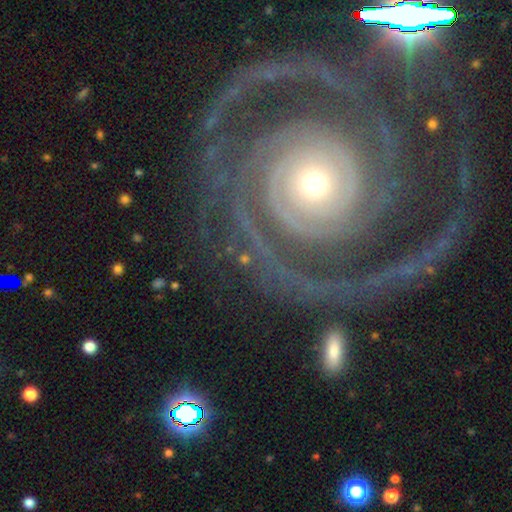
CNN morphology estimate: Overall: featured or disk (89%). Edge-on disk: no (97%). Bar: no (78%). Spiral arms: yes (97%). Spiral arm count: 2 (48%; 3 14%). Spiral winding: tight (76%). Bulge size: small (56%; moderate 38%). Merging: none (64%).